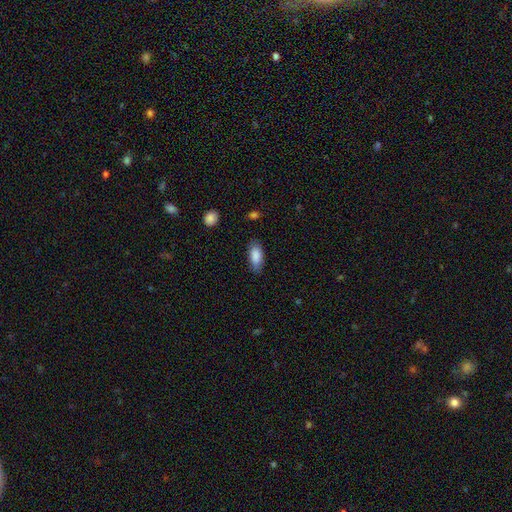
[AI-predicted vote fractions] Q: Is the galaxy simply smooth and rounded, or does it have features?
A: smooth — 88%.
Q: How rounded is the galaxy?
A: in between — 88%.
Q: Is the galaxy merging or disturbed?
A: none — 81%.